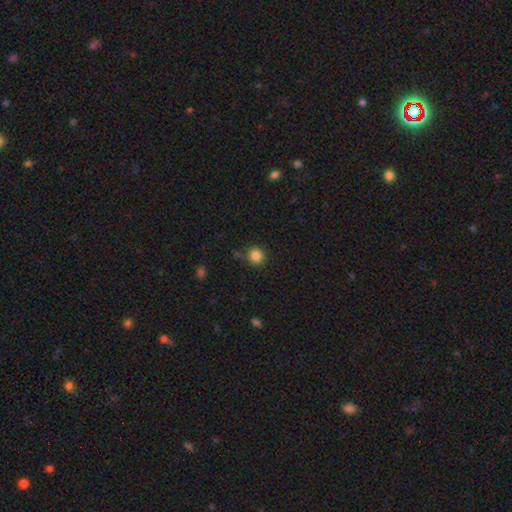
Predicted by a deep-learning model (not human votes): Smooth or featured? Predicted: smooth (p=0.85). How rounded? Predicted: round (p=0.92). Merging? Predicted: none (p=0.83).